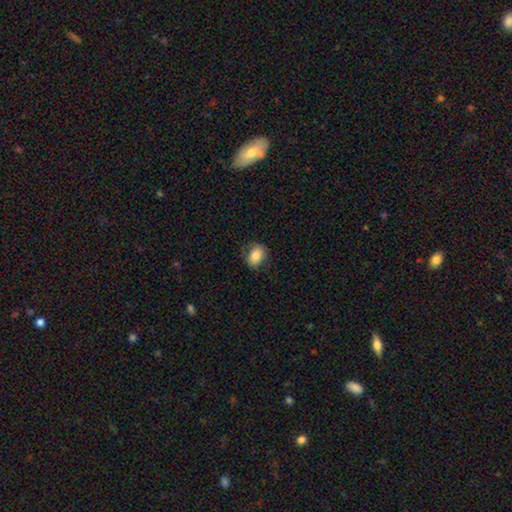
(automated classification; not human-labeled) A smooth galaxy with no disk features (82%) that is in between round and cigar-shaped (68%).

Vote fractions:
- Smooth or featured? smooth: 82% / featured or disk: 10% / star or artifact: 9%
- How rounded? in between: 68% / round: 31% / cigar-shaped: 1%
- Merging? none: 80% / minor disturbance: 15% / major disturbance: 3% / merger: 1%